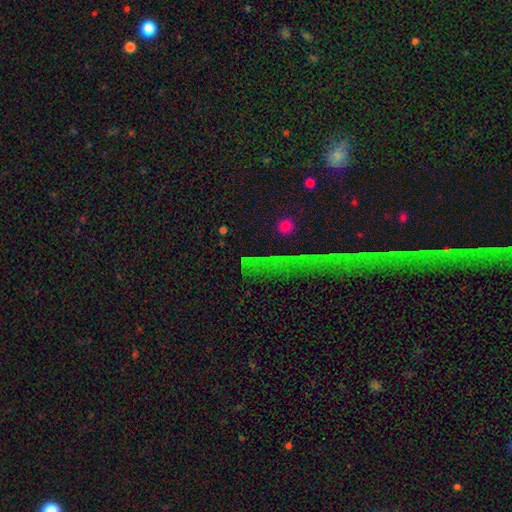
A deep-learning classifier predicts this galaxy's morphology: Overall: star or artifact (65%).